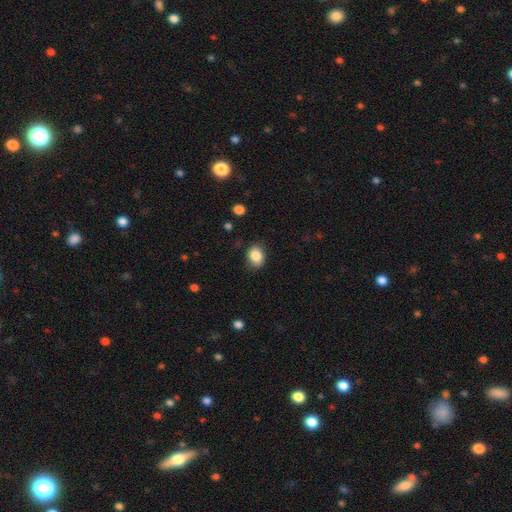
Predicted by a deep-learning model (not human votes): This is clearly a smooth galaxy (86%). How rounded: possibly in between (56%). Merging: clearly none (83%).